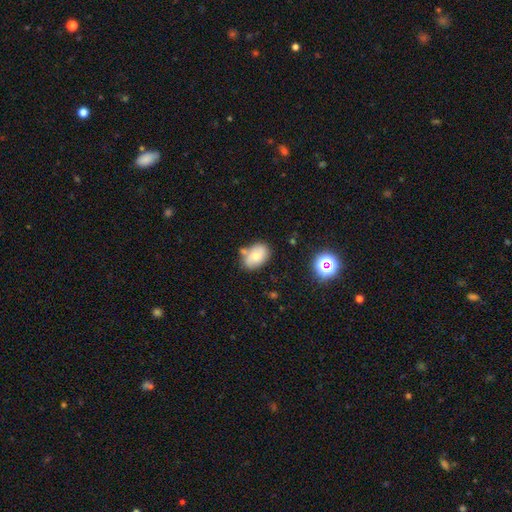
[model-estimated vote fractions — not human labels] Smooth or featured?
  - smooth: 69% *
  - featured or disk: 21%
  - star or artifact: 10%
How rounded?
  - in between: 83% *
  - round: 16%
  - cigar-shaped: 1%
Merging?
  - none: 65% *
  - minor disturbance: 20%
  - merger: 12%
  - major disturbance: 4%